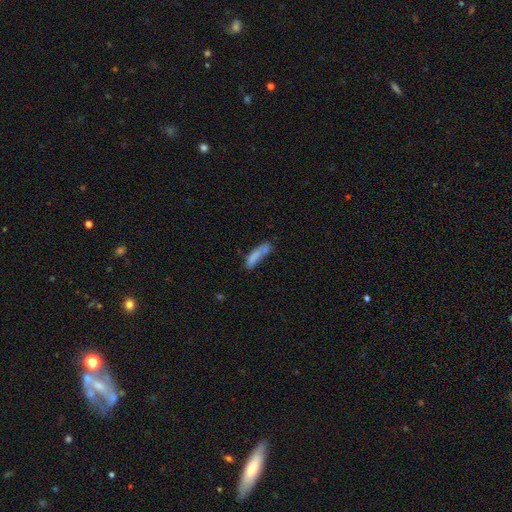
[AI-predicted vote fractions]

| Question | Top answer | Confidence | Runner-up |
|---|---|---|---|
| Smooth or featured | smooth | 75% | featured or disk (16%) |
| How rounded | cigar-shaped | 64% | in between (34%) |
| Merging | none | 42% | merger (26%) |